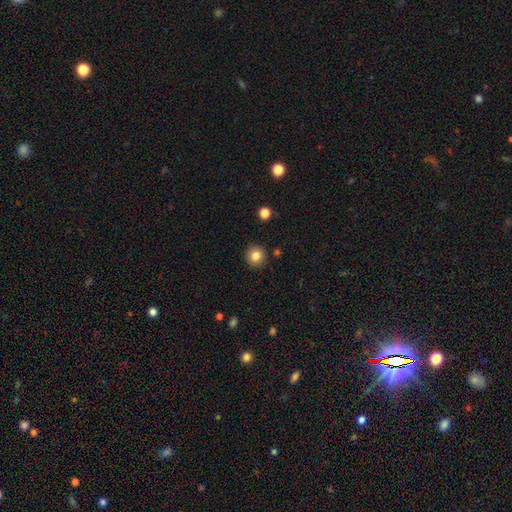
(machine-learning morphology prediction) Overall: smooth (83%). How rounded: round (93%). Merging: none (91%).